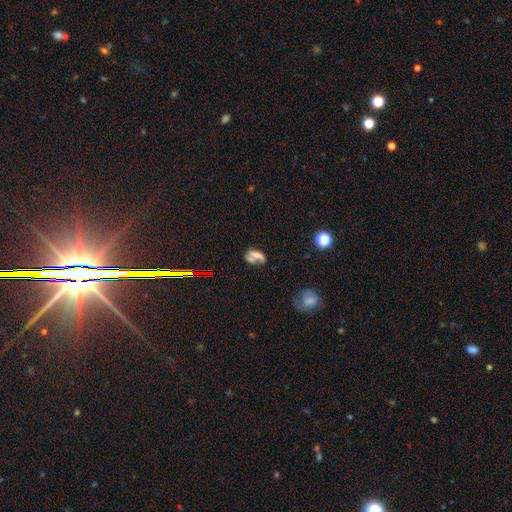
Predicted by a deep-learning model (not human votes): Smooth or featured?
  - smooth: 49% *
  - featured or disk: 31%
  - star or artifact: 21%
Merging?
  - none: 33% *
  - merger: 26%
  - major disturbance: 22%
  - minor disturbance: 19%